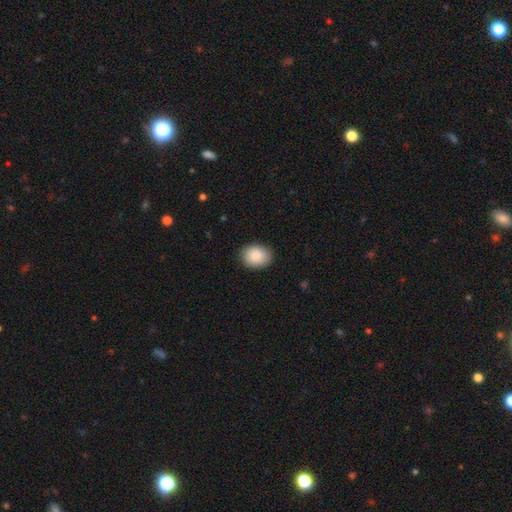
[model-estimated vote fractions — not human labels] smooth 88%, star or artifact 6%, featured or disk 5%. Down the decision tree: how rounded — in between (61%); merging — none (87%).